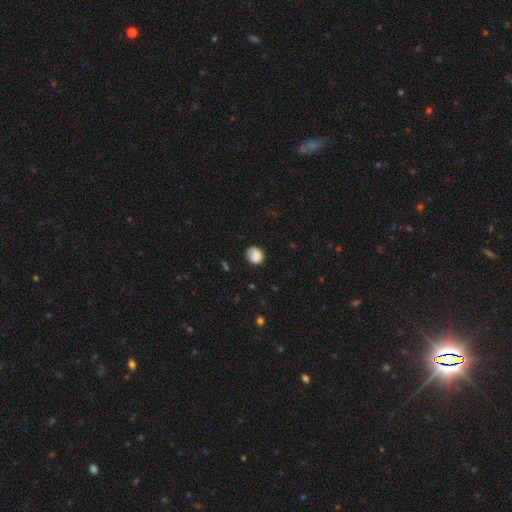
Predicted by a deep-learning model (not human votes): Smooth or featured? Predicted: smooth (p=0.83). How rounded? Predicted: round (p=0.78). Merging? Predicted: none (p=0.73).